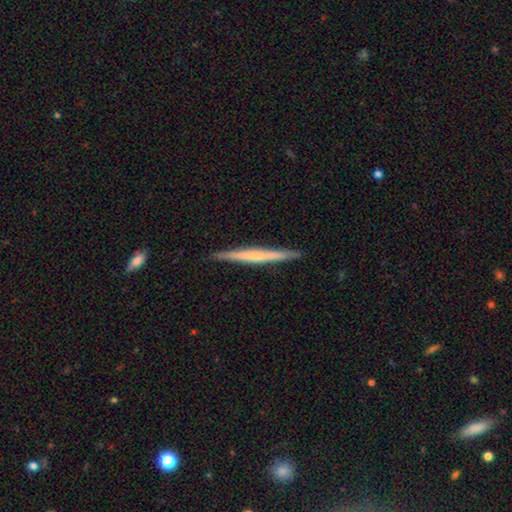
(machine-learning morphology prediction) The model was most divided on "smooth or featured": featured or disk: 58%, smooth: 36%, star or artifact: 5%. More confident: edge-on disk — yes (98%); merging — none (91%); edge-on bulge — none (61%).